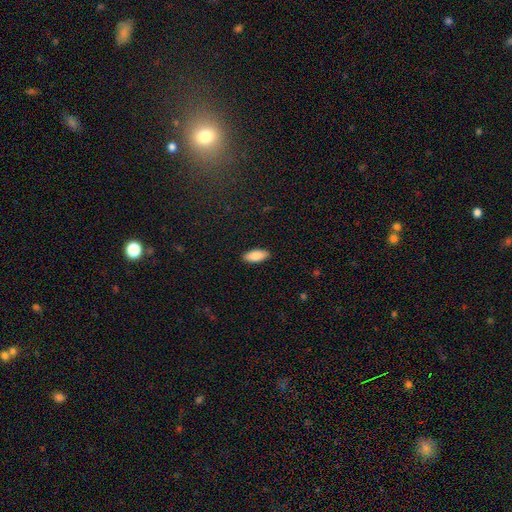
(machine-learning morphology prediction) smooth-or-featured: smooth: 86% | featured or disk: 8% | star or artifact: 6%
  how-rounded: in between: 84% | cigar-shaped: 14% | round: 2%
  merging: none: 89% | minor disturbance: 8% | major disturbance: 2% | merger: 1%